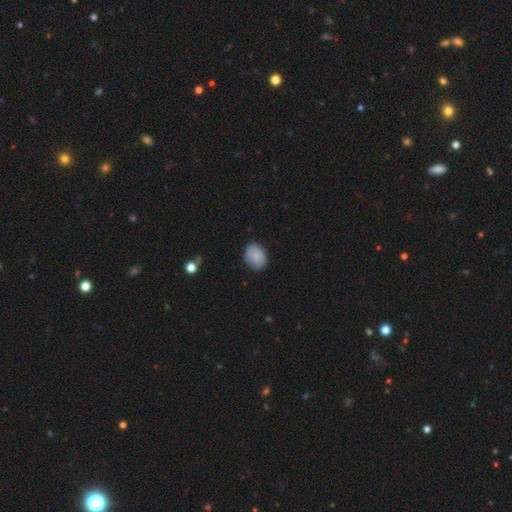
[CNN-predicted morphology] type=smooth (84%); roundness=in between (63%); merging=none (79%).